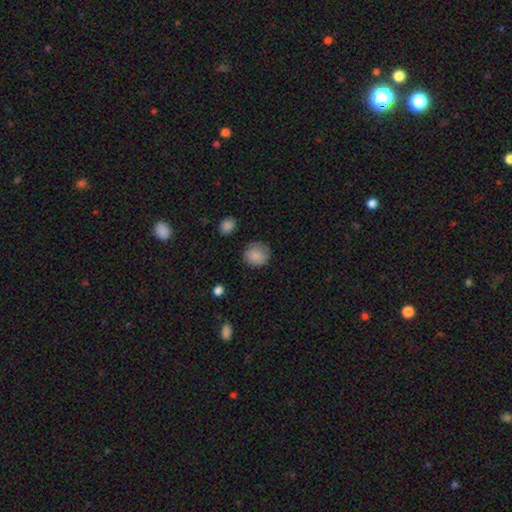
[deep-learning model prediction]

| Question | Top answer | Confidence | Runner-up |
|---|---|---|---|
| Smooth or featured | smooth | 85% | star or artifact (8%) |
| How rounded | round | 88% | in between (11%) |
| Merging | none | 77% | minor disturbance (16%) |